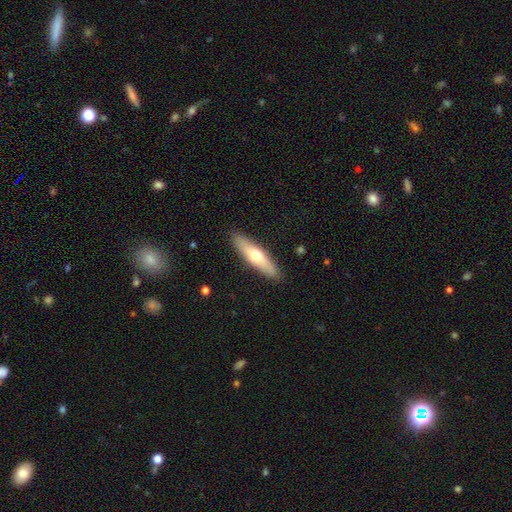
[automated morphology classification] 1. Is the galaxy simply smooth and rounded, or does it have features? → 57% smooth, 38% featured or disk, 5% star or artifact.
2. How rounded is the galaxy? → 77% cigar-shaped, 22% in between, 2% round.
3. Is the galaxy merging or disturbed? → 90% none, 8% minor disturbance, 2% major disturbance, 1% merger.